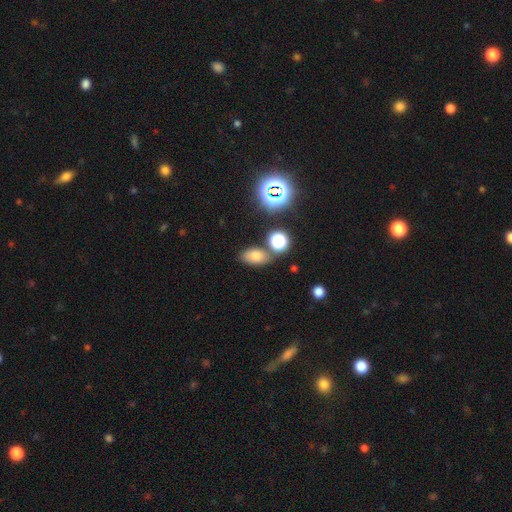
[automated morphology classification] smooth-or-featured: smooth: 70% | star or artifact: 19% | featured or disk: 11%
  how-rounded: in between: 84% | round: 14% | cigar-shaped: 2%
  merging: none: 73% | minor disturbance: 13% | merger: 11% | major disturbance: 4%